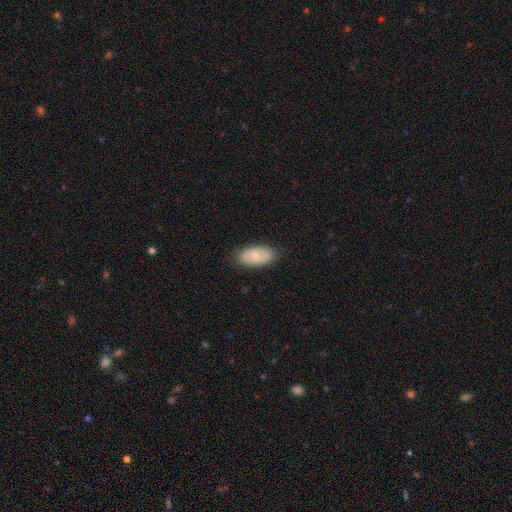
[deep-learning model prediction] This appears to be a smooth galaxy with no disk features (71%) that is in between round and cigar-shaped (94%). Merging: none (84%).